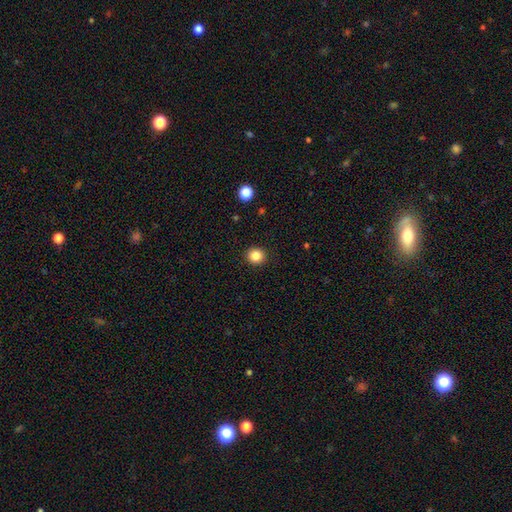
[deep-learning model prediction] A smooth galaxy with no disk features (84%) that is round (90%).

Vote fractions:
- Smooth or featured? smooth: 84% / star or artifact: 11% / featured or disk: 5%
- How rounded? round: 90% / in between: 9% / cigar-shaped: 1%
- Merging? none: 92% / minor disturbance: 5% / major disturbance: 2% / merger: 1%